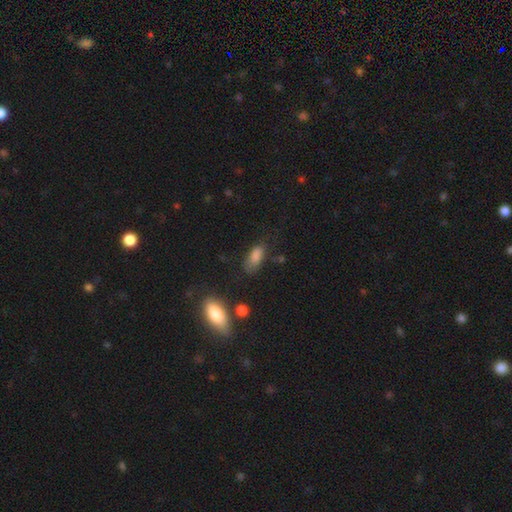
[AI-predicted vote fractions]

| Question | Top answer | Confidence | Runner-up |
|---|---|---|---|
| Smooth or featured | smooth | 81% | star or artifact (10%) |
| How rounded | in between | 80% | cigar-shaped (16%) |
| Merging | none | 55% | minor disturbance (29%) |